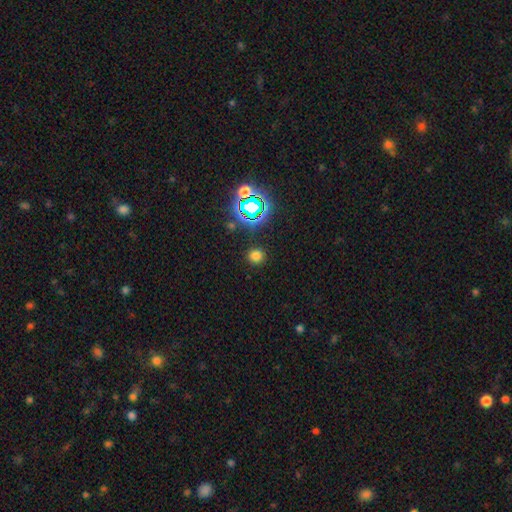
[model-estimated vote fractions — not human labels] Morphology: type=smooth (70%); roundness=round (88%); merging=none (89%).